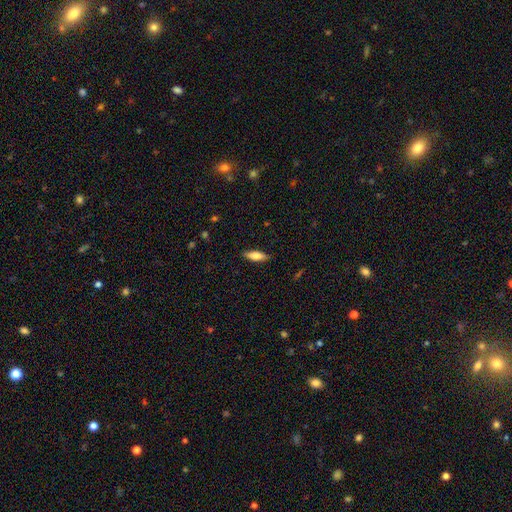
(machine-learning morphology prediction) smooth_or_featured: smooth (p=0.69) [alt: featured or disk p=0.25]
how_rounded: in between (p=0.54) [alt: cigar-shaped p=0.44]
merging: none (p=0.86) [alt: minor disturbance p=0.11]